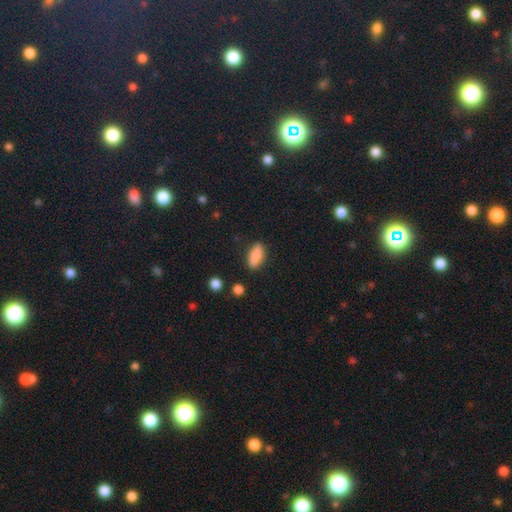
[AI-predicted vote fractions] A smooth galaxy with no disk features (83%) that is in between round and cigar-shaped (80%). Merging: none (84%).